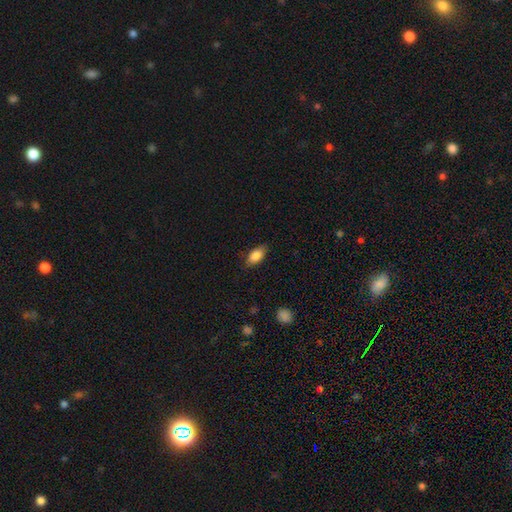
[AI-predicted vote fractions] Overall: smooth (84%). How rounded: in between (88%). Merging: none (82%).